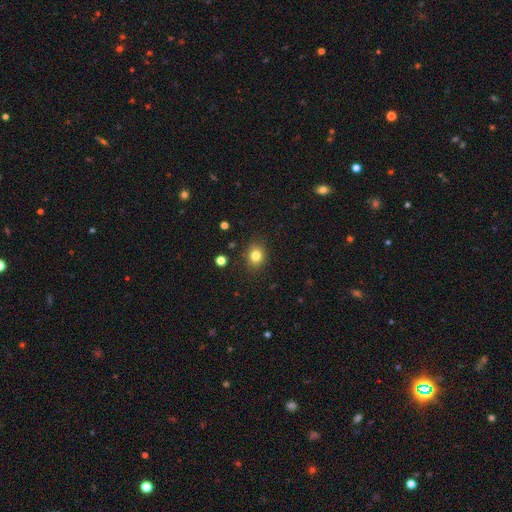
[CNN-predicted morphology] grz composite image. It shows a smooth galaxy with no disk features (81%) that is round (65%). Merging: none (87%).